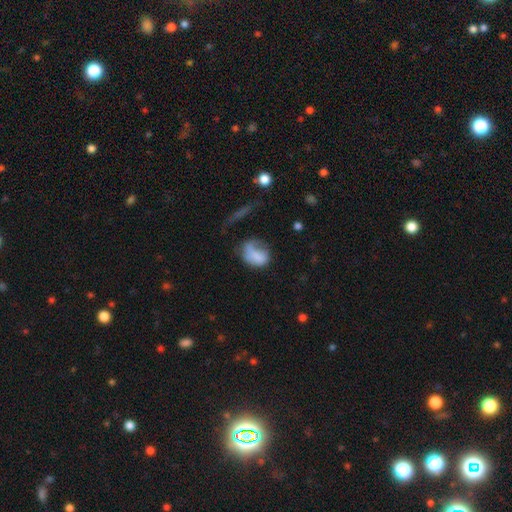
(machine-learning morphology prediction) Smooth or featured? Predicted: smooth (p=0.69). How rounded? Predicted: in between (p=0.65). Merging? Predicted: major disturbance (p=0.36).